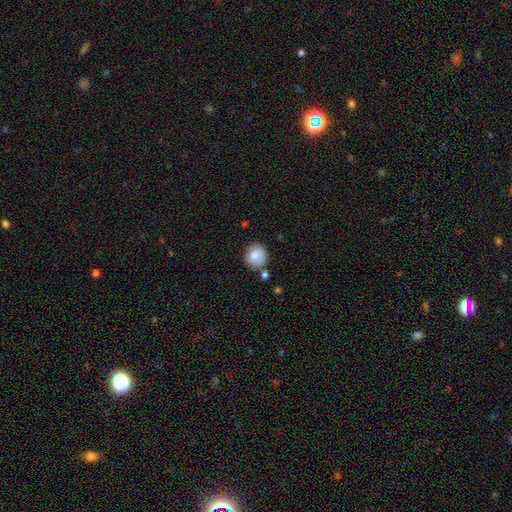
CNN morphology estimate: Overall: smooth (84%). How rounded: round (85%). Merging: none (74%).